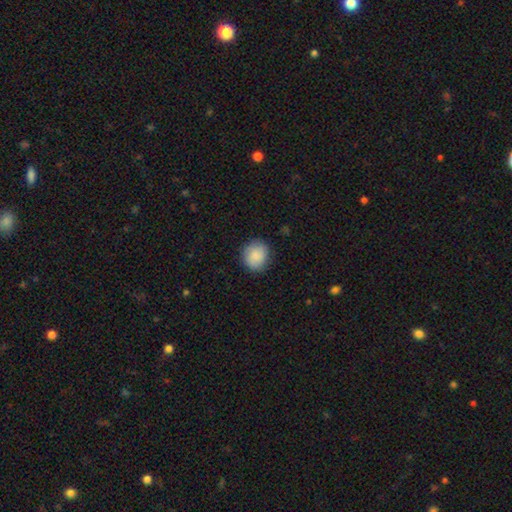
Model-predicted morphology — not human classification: Q: Smooth or featured?
A: smooth (86%); runner-up: featured or disk (8%)
Q: How rounded?
A: round (83%); runner-up: in between (16%)
Q: Merging?
A: none (85%); runner-up: minor disturbance (11%)